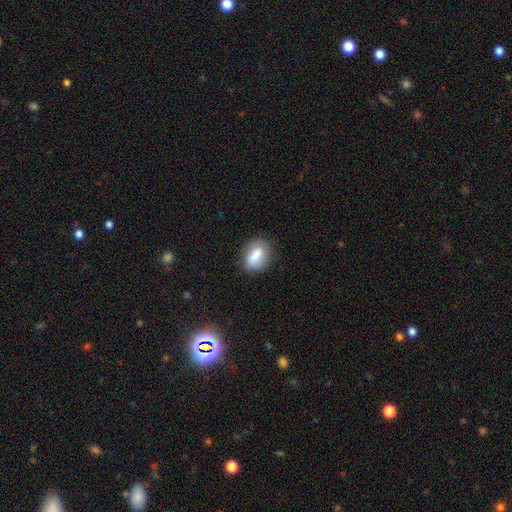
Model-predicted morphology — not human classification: smooth 81%, featured or disk 11%, star or artifact 8%. Down the decision tree: how rounded — in between (77%); merging — none (77%).